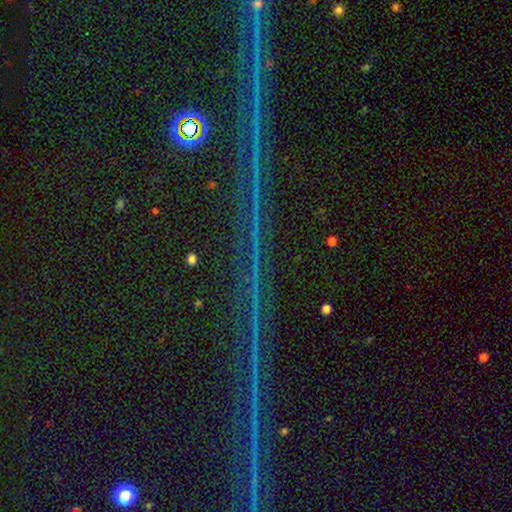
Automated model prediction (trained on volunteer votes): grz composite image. It shows a star or artifact, not a galaxy (87%).